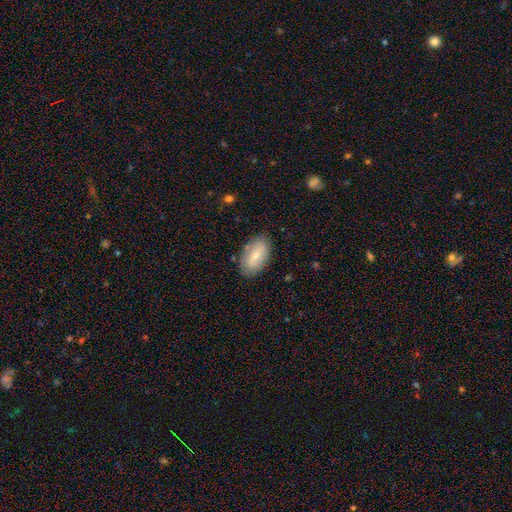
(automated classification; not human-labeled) Smooth or featured? Predicted: smooth (p=0.63). How rounded? Predicted: in between (p=0.93). Merging? Predicted: none (p=0.83).